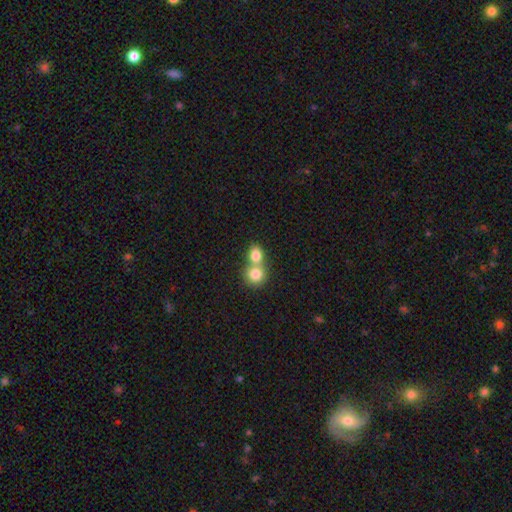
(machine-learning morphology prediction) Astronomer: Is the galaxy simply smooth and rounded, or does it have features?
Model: smooth — 81%.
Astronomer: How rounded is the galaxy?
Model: round — 62% (runner-up: in between, 37%).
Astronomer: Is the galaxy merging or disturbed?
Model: merger — 63%.